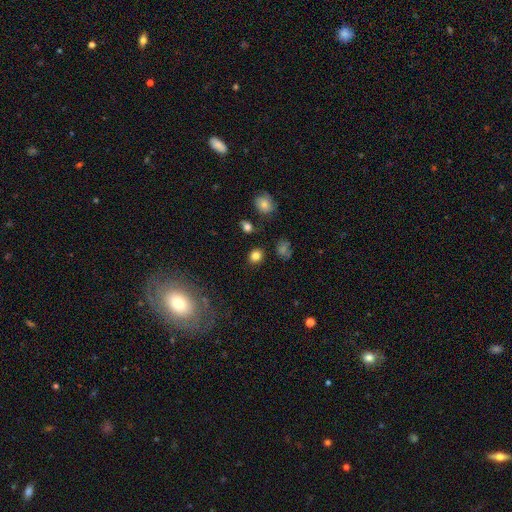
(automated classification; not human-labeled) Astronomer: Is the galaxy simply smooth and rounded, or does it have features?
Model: smooth — 81%.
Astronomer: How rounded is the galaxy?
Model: round — 72%.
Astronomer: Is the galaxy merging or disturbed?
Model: none — 86%.